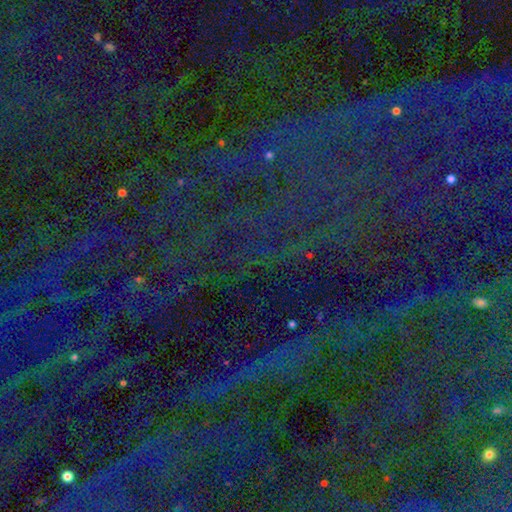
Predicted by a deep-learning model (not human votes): Smooth or featured? Predicted: star or artifact (p=0.84).